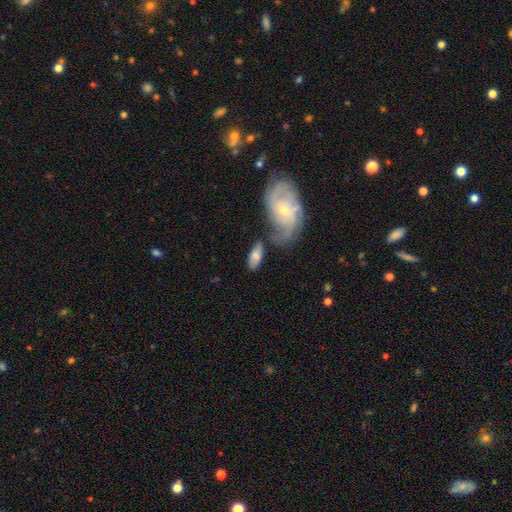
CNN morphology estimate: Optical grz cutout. It shows a smooth galaxy with no disk features (63%) that is in between round and cigar-shaped (87%). Merging: none (49%).